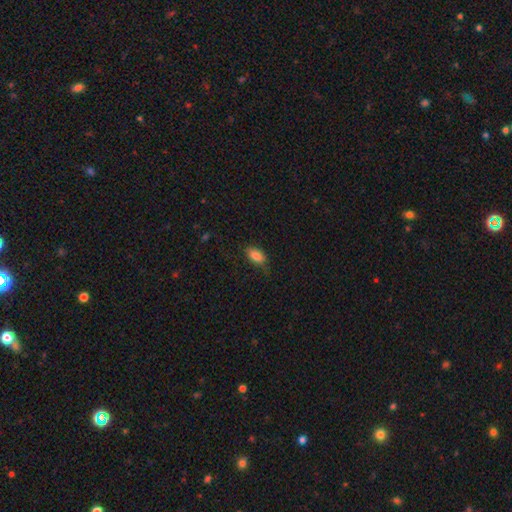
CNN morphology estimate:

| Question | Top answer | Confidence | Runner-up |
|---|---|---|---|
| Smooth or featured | smooth | 84% | star or artifact (8%) |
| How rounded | in between | 90% | cigar-shaped (5%) |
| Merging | none | 76% | minor disturbance (19%) |